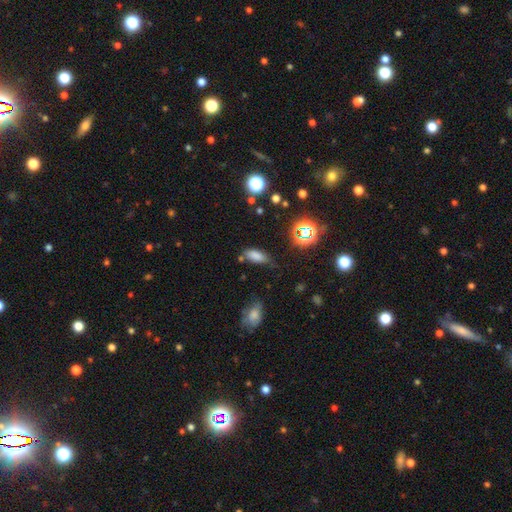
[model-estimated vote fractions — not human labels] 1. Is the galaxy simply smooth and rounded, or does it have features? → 78% smooth, 15% star or artifact, 7% featured or disk.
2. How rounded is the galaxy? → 84% in between, 12% cigar-shaped, 4% round.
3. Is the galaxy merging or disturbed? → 66% none, 23% minor disturbance, 6% major disturbance, 5% merger.